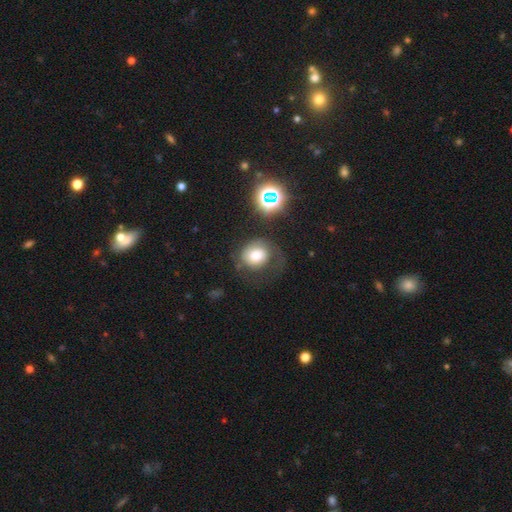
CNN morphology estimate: smooth 63%, featured or disk 23%, star or artifact 14%. Down the decision tree: how rounded — round (75%); merging — none (45%).